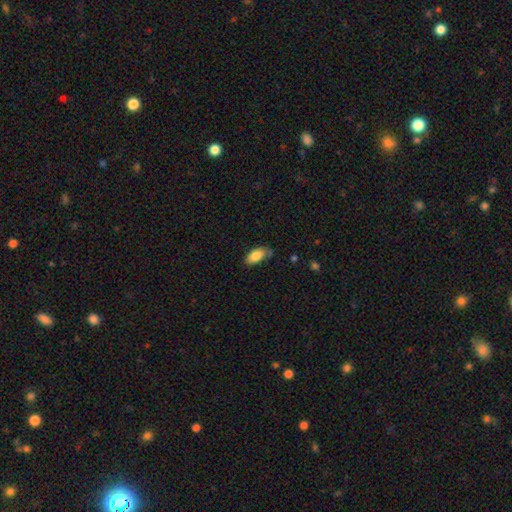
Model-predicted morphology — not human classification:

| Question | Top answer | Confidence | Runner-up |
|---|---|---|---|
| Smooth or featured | smooth | 84% | featured or disk (9%) |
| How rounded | in between | 92% | cigar-shaped (5%) |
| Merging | none | 65% | minor disturbance (26%) |